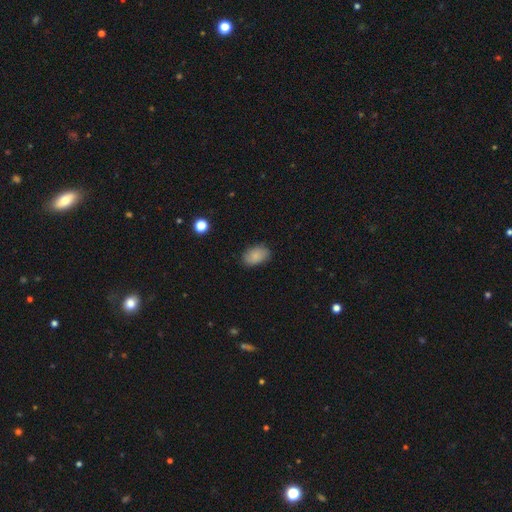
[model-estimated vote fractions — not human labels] The model was most divided on "merging": none: 83%, minor disturbance: 13%, major disturbance: 3%, merger: 1%. More confident: how rounded — in between (89%); smooth or featured — smooth (85%).